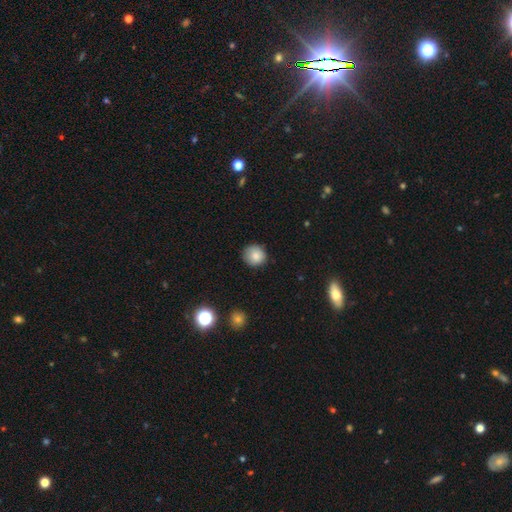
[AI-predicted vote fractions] The model was most divided on "merging": none: 86%, minor disturbance: 11%, major disturbance: 2%, merger: 1%. More confident: how rounded — round (92%); smooth or featured — smooth (85%).